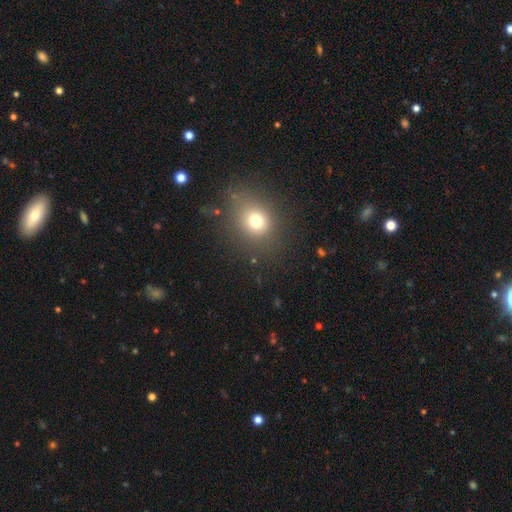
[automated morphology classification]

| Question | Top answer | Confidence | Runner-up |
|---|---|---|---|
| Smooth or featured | smooth | 64% | star or artifact (27%) |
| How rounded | round | 71% | in between (27%) |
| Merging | none | 86% | minor disturbance (9%) |